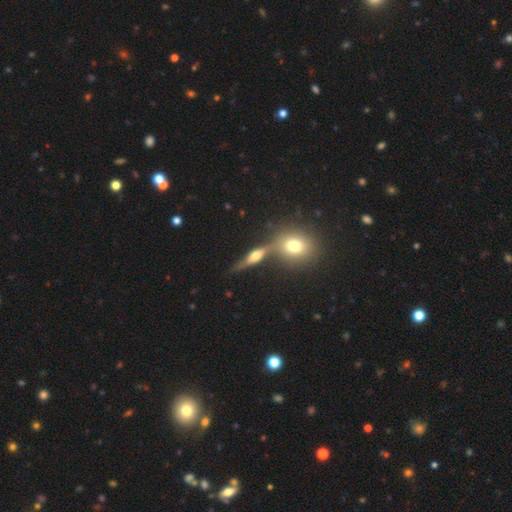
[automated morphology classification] Q: Smooth or featured?
A: featured or disk (62%); runner-up: smooth (28%)
Q: Edge-on disk?
A: yes (78%); runner-up: no (22%)
Q: Merging?
A: none (59%); runner-up: merger (21%)